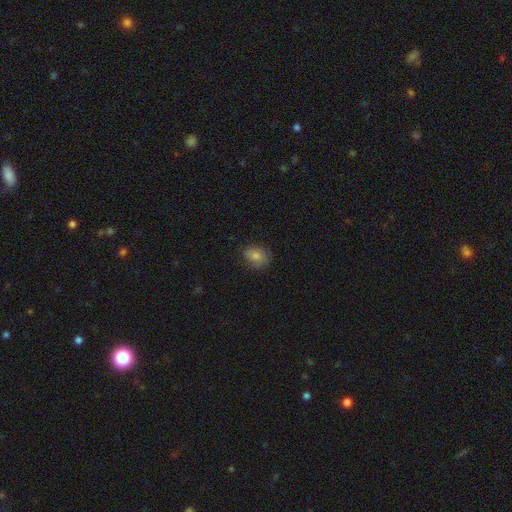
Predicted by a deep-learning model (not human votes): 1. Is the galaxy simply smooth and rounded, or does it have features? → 78% smooth, 12% featured or disk, 11% star or artifact.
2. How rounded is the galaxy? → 56% in between, 43% round, 1% cigar-shaped.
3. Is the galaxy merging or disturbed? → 78% none, 18% minor disturbance, 4% major disturbance, 1% merger.